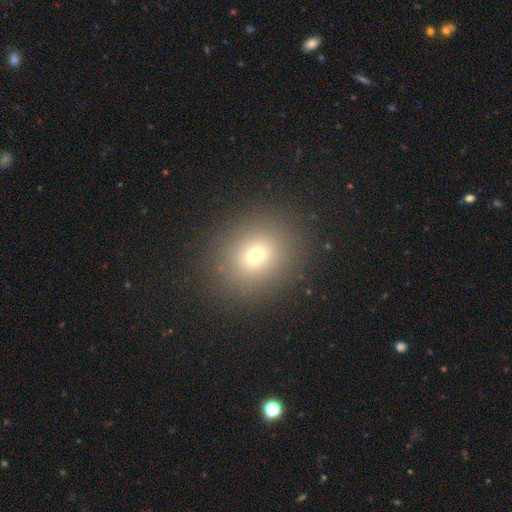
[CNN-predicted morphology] Smooth or featured? Predicted: smooth (p=0.70). How rounded? Predicted: round (p=0.74). Merging? Predicted: none (p=0.88).